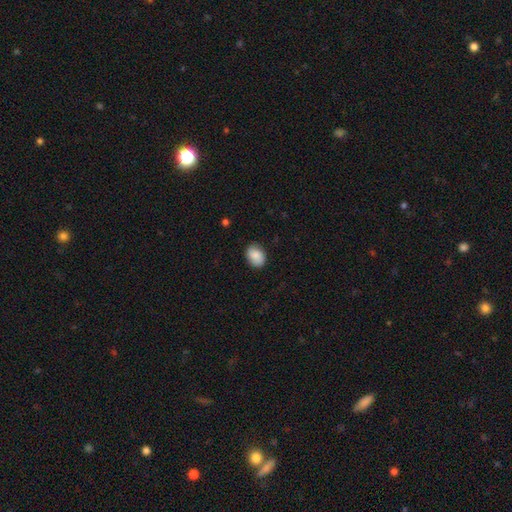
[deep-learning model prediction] Smooth or featured?
  - smooth: 84% *
  - featured or disk: 8%
  - star or artifact: 7%
How rounded?
  - in between: 68% *
  - round: 31%
  - cigar-shaped: 1%
Merging?
  - none: 83% *
  - minor disturbance: 13%
  - major disturbance: 3%
  - merger: 1%